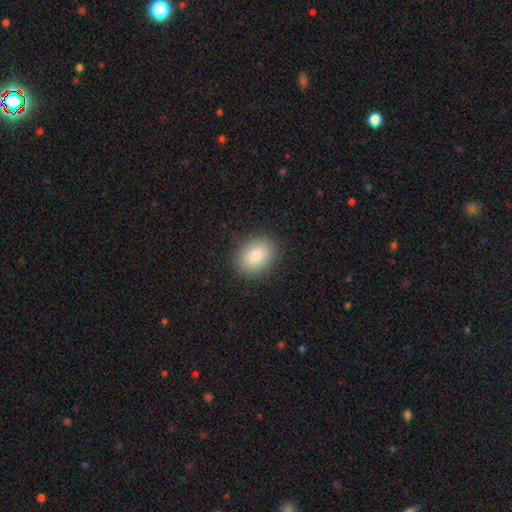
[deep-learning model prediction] This is clearly a smooth galaxy (86%). How rounded: likely in between (65%). Merging: clearly none (88%).